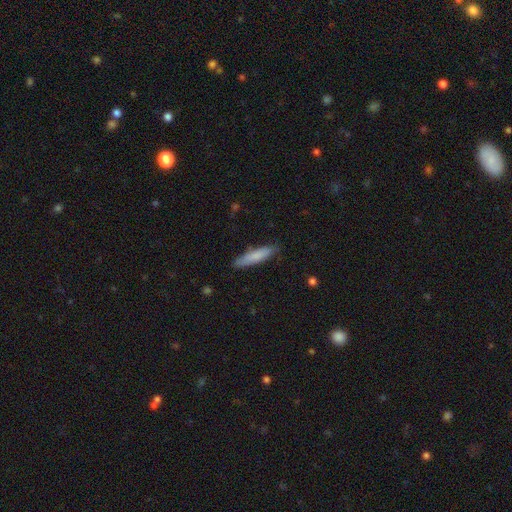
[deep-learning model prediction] This is clearly a smooth galaxy (80%). How rounded: clearly cigar-shaped (83%). Merging: clearly none (85%).